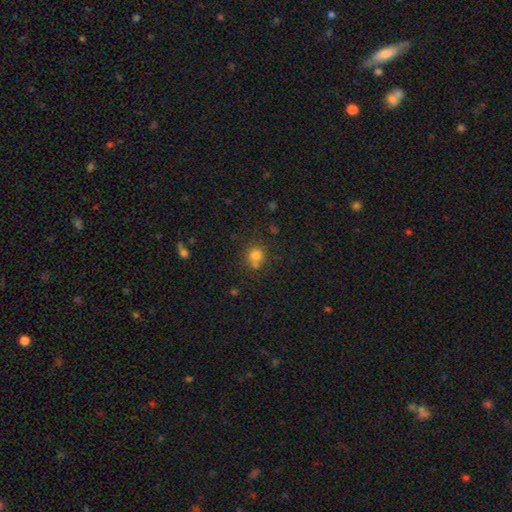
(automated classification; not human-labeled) The model was most divided on "merging": none: 61%, merger: 21%, minor disturbance: 14%, major disturbance: 5%. More confident: how rounded — round (85%); smooth or featured — smooth (78%).